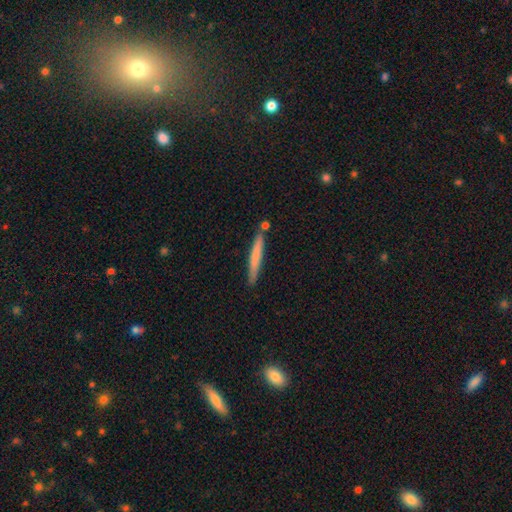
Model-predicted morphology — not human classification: Smooth or featured: smooth — 67% (featured or disk — 27%)
How rounded: cigar-shaped — 96% (in between — 3%)
Merging: none — 81% (minor disturbance — 11%)